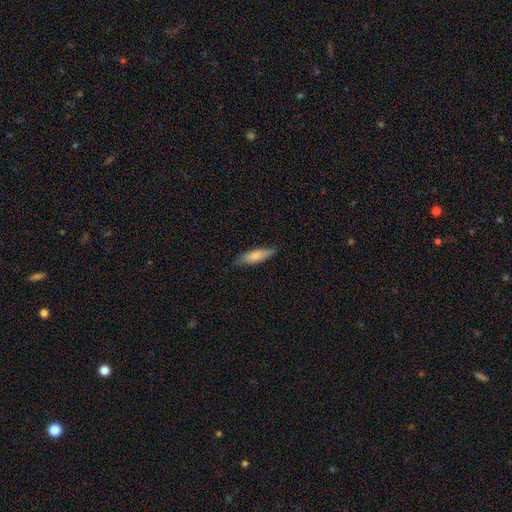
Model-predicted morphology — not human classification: Overall: smooth (74%). How rounded: cigar-shaped (55%; in between 44%). Merging: none (78%).